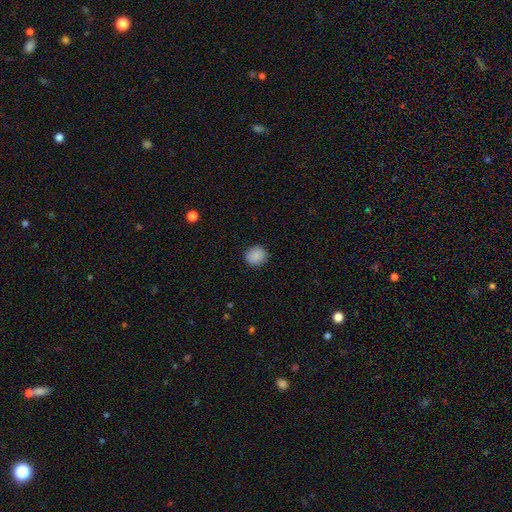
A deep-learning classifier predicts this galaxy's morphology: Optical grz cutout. It shows a smooth galaxy with no disk features (89%) that is round (81%). Merging: none (89%).